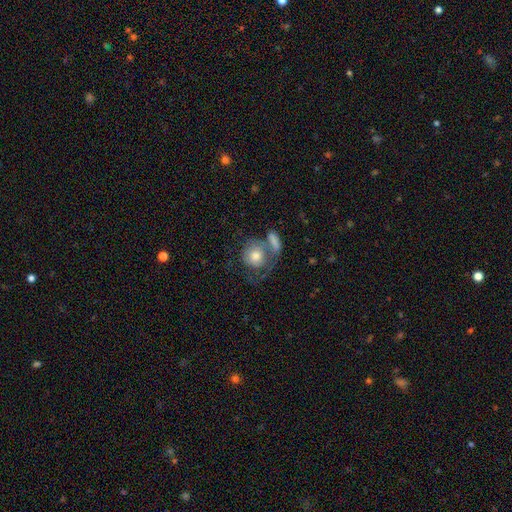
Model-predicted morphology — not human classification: Q: Smooth or featured?
A: smooth (66%); runner-up: featured or disk (27%)
Q: How rounded?
A: round (76%); runner-up: in between (22%)
Q: Merging?
A: merger (35%); runner-up: none (34%)